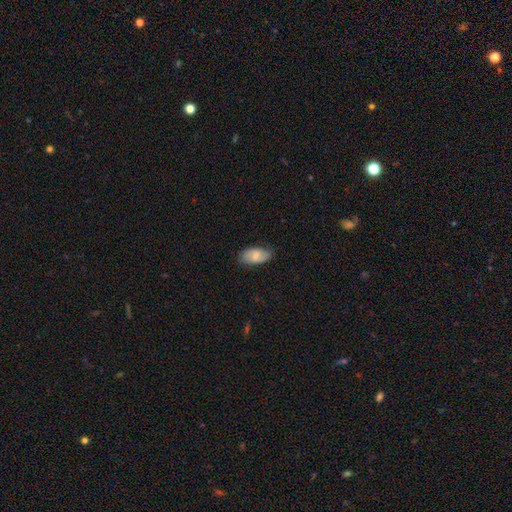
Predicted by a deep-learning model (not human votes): Smooth or featured: smooth — 72% (featured or disk — 22%)
How rounded: in between — 94% (cigar-shaped — 3%)
Merging: none — 78% (minor disturbance — 17%)